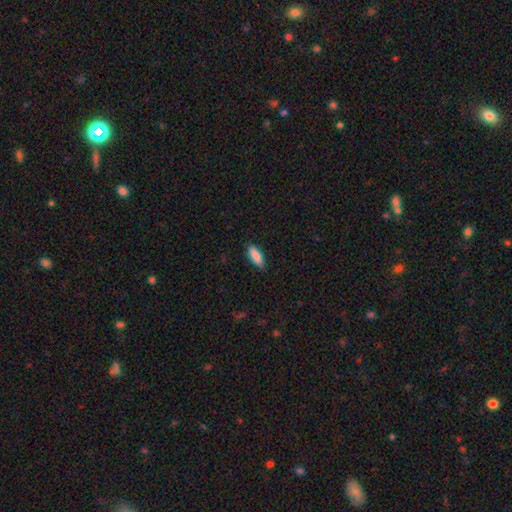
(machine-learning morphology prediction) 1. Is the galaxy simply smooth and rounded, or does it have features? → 87% smooth, 7% featured or disk, 6% star or artifact.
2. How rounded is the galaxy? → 59% in between, 39% cigar-shaped, 2% round.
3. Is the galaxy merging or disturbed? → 85% none, 11% minor disturbance, 2% major disturbance, 1% merger.